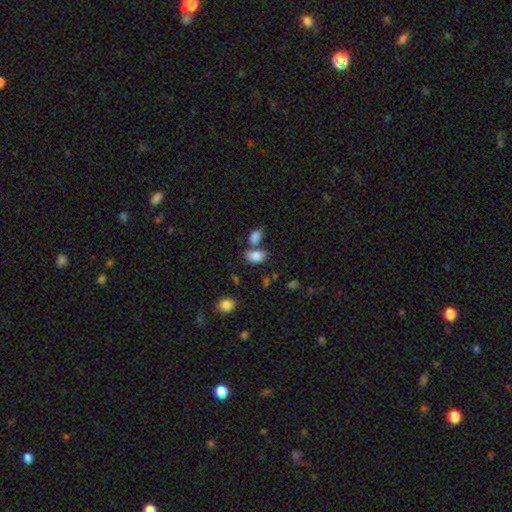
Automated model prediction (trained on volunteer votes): smooth_or_featured: smooth (p=0.85) [alt: star or artifact p=0.09]
how_rounded: in between (p=0.89) [alt: round p=0.10]
merging: none (p=0.49) [alt: merger p=0.34]